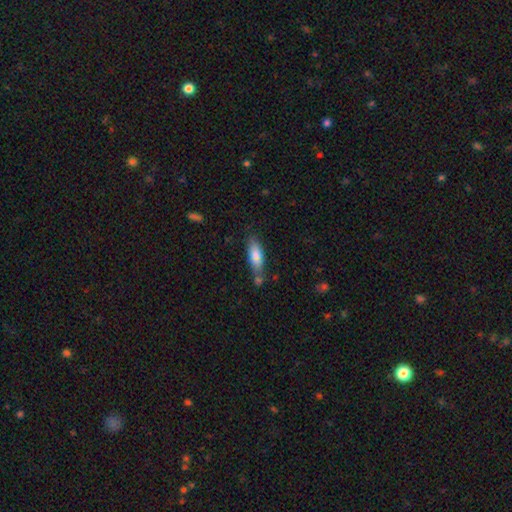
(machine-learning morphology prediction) smooth_or_featured: smooth (p=0.77) [alt: featured or disk p=0.17]
how_rounded: in between (p=0.62) [alt: cigar-shaped p=0.36]
merging: none (p=0.58) [alt: minor disturbance p=0.21]